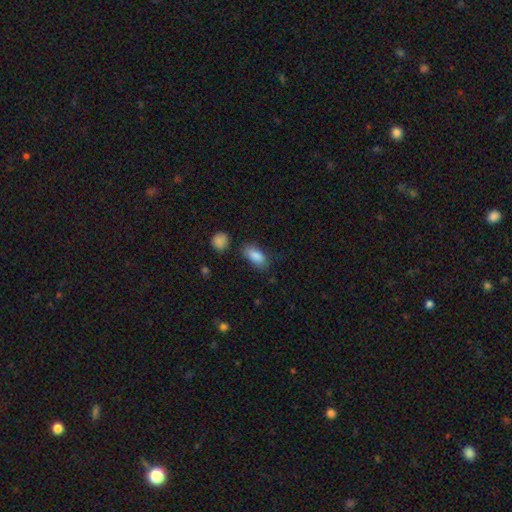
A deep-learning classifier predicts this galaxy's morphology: Q: Smooth or featured?
A: smooth (87%); runner-up: star or artifact (7%)
Q: How rounded?
A: in between (89%); runner-up: cigar-shaped (7%)
Q: Merging?
A: none (74%); runner-up: minor disturbance (17%)